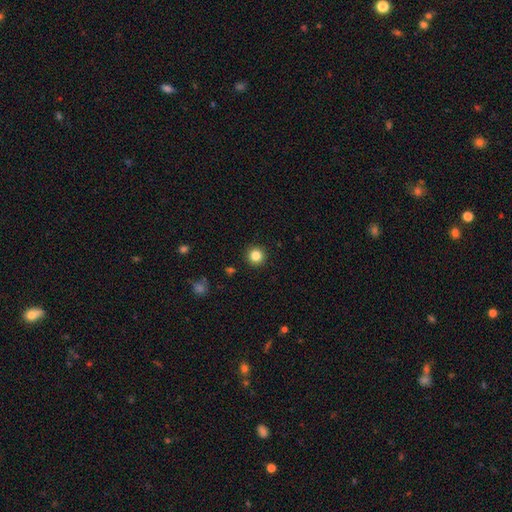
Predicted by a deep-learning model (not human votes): Q: Smooth or featured?
A: smooth (84%); runner-up: star or artifact (12%)
Q: How rounded?
A: round (95%); runner-up: in between (4%)
Q: Merging?
A: none (93%); runner-up: minor disturbance (5%)